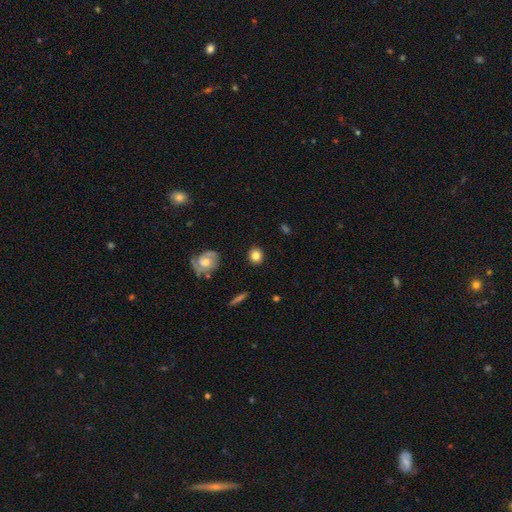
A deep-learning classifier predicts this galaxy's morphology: Smooth or featured? Predicted: smooth (p=0.82). How rounded? Predicted: round (p=0.84). Merging? Predicted: none (p=0.89).